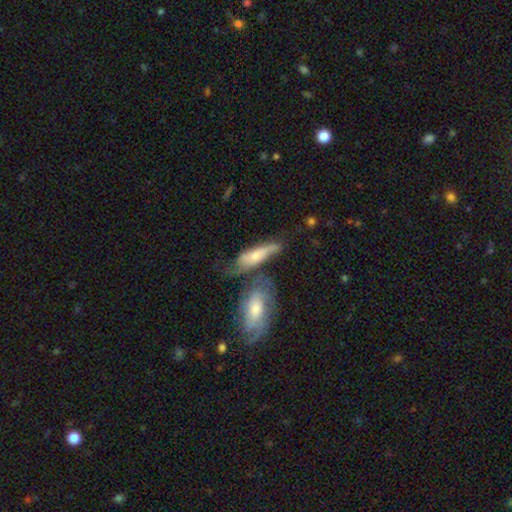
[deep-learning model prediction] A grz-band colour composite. It shows a smooth galaxy with no disk features (53%) that is in between round and cigar-shaped (54%). Merging: merger (37%).